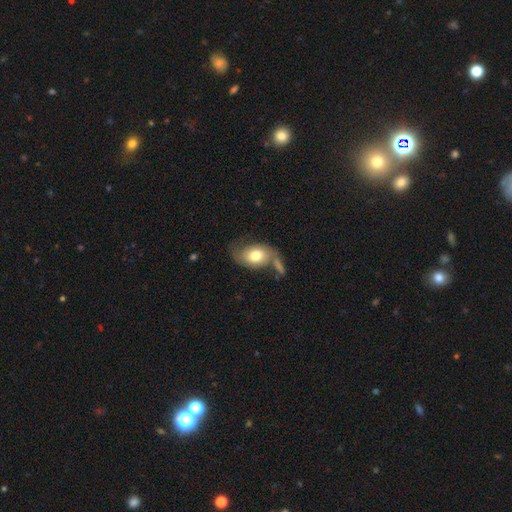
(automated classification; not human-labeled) This is possibly a smooth galaxy (54%). How rounded: likely in between (79%). Merging: marginally none (42%).